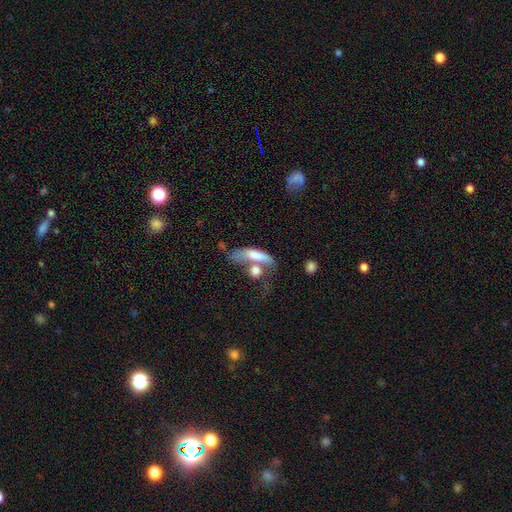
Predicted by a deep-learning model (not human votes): Morphology: type=smooth (66%); roundness=in between (49%); merging=merger (44%).